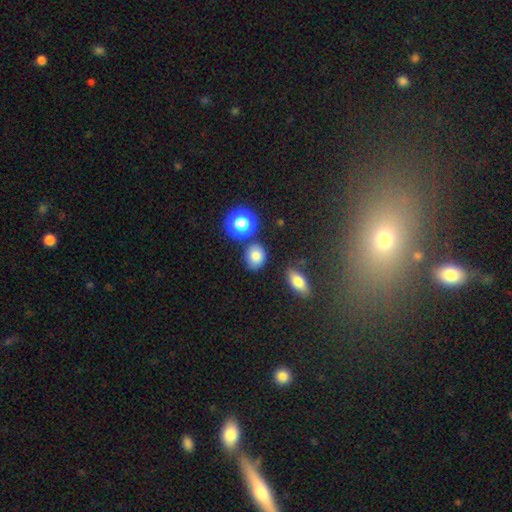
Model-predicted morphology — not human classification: Smooth or featured? Predicted: smooth (p=0.78). How rounded? Predicted: round (p=0.50). Merging? Predicted: none (p=0.79).